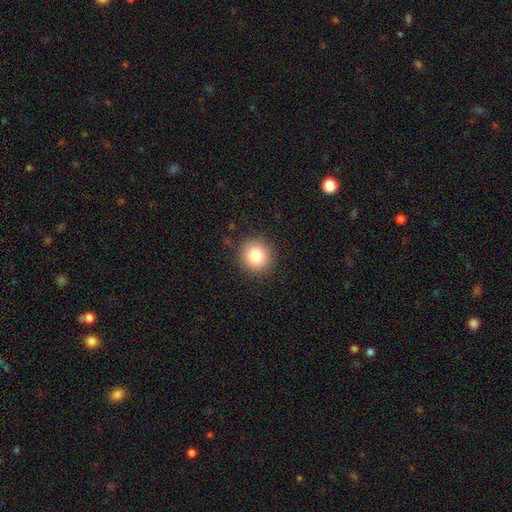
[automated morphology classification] A smooth galaxy with no disk features (84%) that is round (93%).

Vote fractions:
- Smooth or featured? smooth: 84% / star or artifact: 10% / featured or disk: 6%
- How rounded? round: 93% / in between: 6% / cigar-shaped: 1%
- Merging? none: 89% / minor disturbance: 8% / major disturbance: 2% / merger: 1%